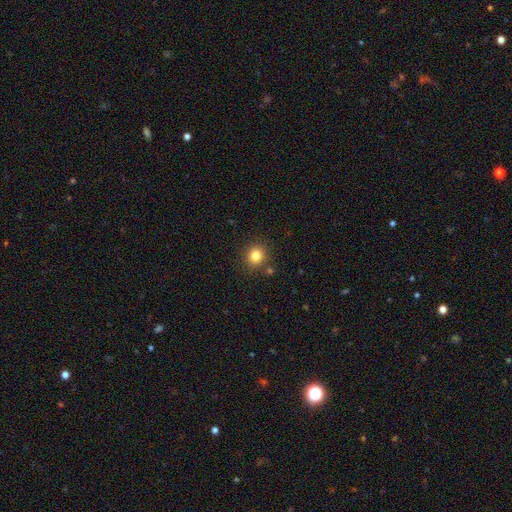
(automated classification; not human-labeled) smooth_or_featured: smooth (p=0.82) [alt: star or artifact p=0.12]
how_rounded: round (p=0.86) [alt: in between p=0.13]
merging: none (p=0.87) [alt: minor disturbance p=0.07]